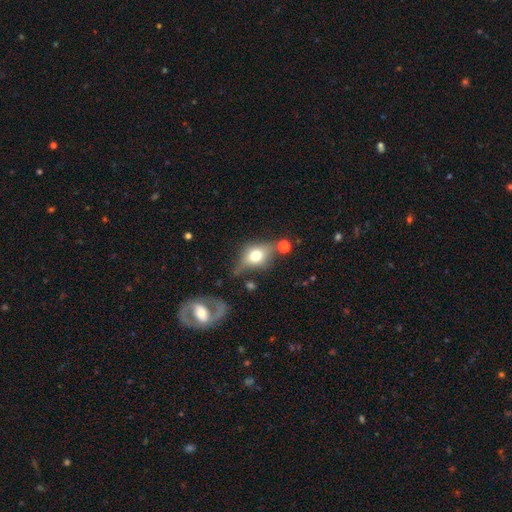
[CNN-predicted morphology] Smooth or featured?
  - smooth: 58% *
  - featured or disk: 33%
  - star or artifact: 10%
How rounded?
  - in between: 65% *
  - round: 29%
  - cigar-shaped: 6%
Merging?
  - none: 52% *
  - minor disturbance: 22%
  - major disturbance: 14%
  - merger: 12%